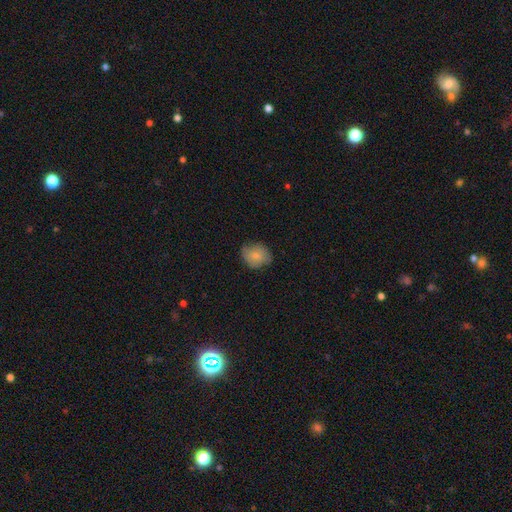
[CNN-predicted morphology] Smooth or featured? smooth (75%)
How rounded? round (67%)
Merging? none (70%)